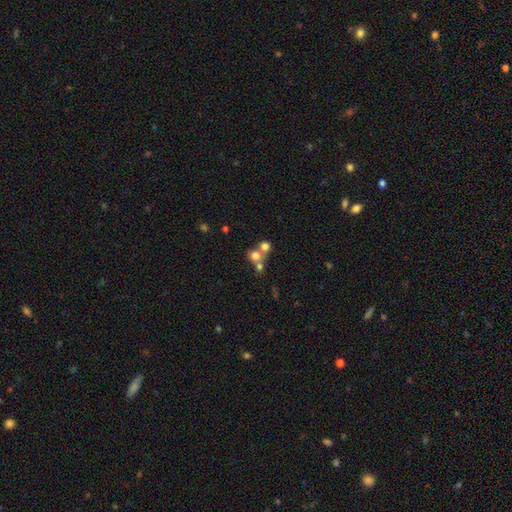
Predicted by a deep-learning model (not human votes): This is likely a smooth galaxy (68%). How rounded: likely round (80%). Merging: possibly merger (54%).